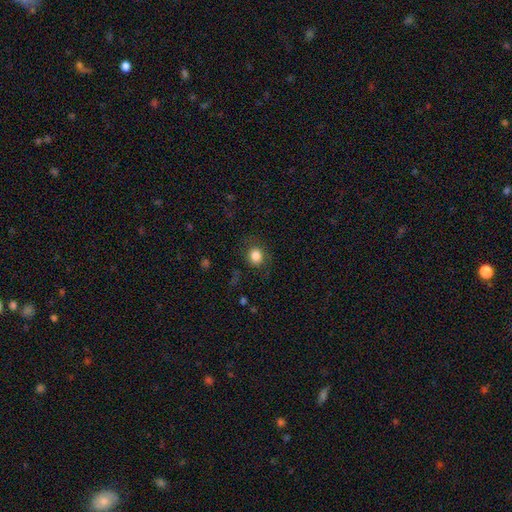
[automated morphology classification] smooth-or-featured: smooth: 83% | star or artifact: 10% | featured or disk: 7%
  how-rounded: round: 74% | in between: 25% | cigar-shaped: 1%
  merging: none: 80% | minor disturbance: 13% | major disturbance: 6% | merger: 1%